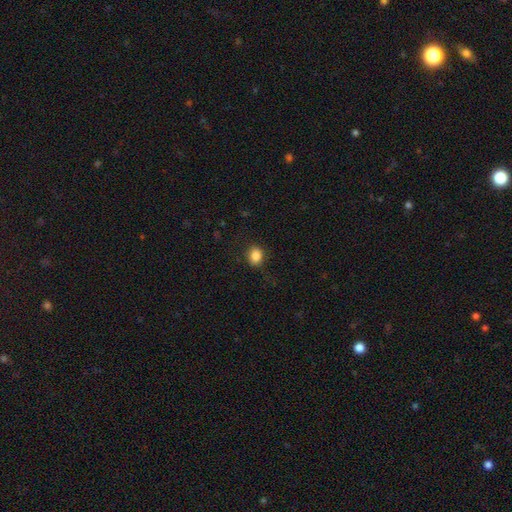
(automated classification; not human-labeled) This is clearly a smooth galaxy (86%). How rounded: possibly round (51%). Merging: clearly none (82%).